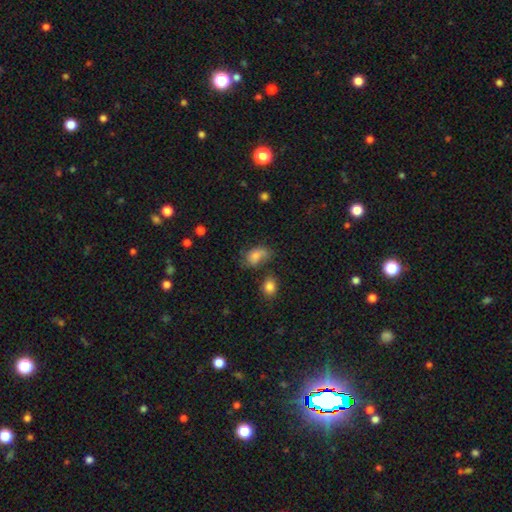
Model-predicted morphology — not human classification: Overall: smooth (69%). How rounded: in between (84%). Merging: none (47%; minor disturbance 28%).